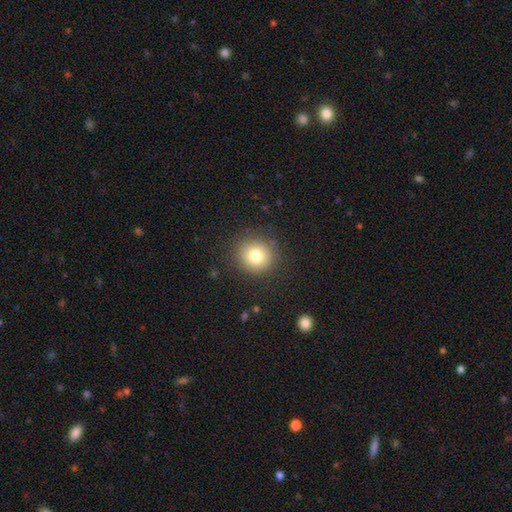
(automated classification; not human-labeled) Morphology: type=smooth (79%); roundness=round (91%); merging=none (87%).